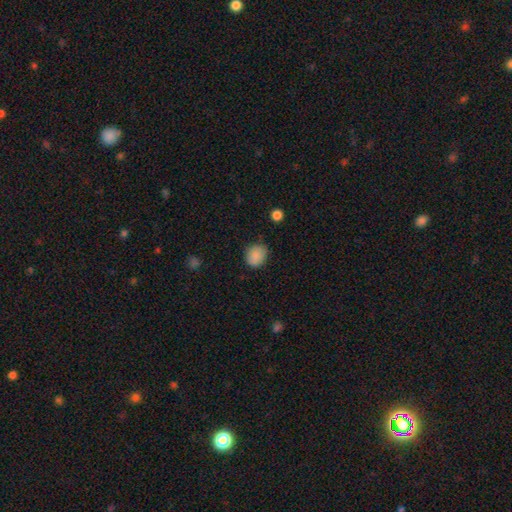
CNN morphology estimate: This is clearly a smooth galaxy (87%). How rounded: likely round (70%). Merging: clearly none (81%).